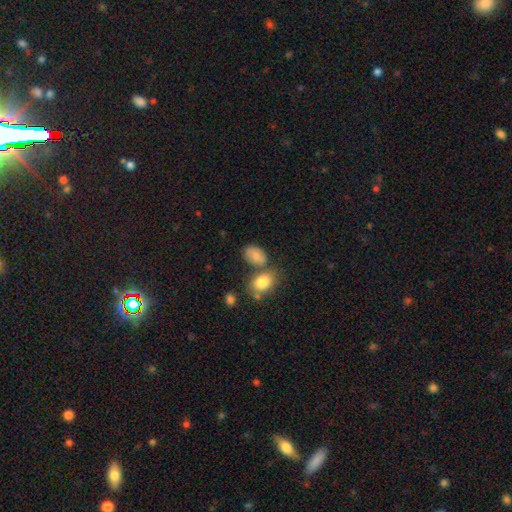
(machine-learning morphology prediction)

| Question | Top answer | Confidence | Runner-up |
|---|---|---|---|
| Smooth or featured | smooth | 79% | featured or disk (13%) |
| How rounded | in between | 82% | round (17%) |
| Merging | none | 54% | merger (23%) |